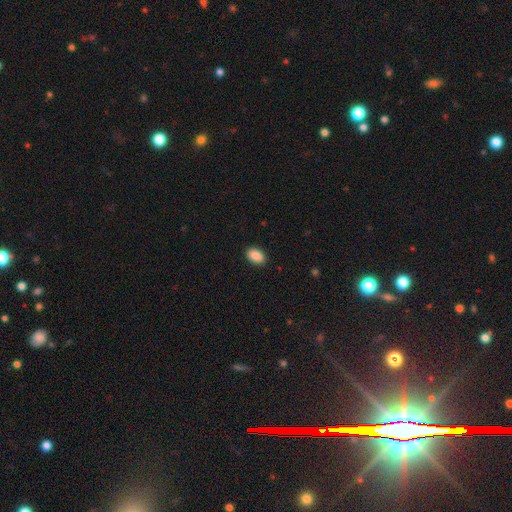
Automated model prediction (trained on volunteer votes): Smooth or featured: smooth — 90% (star or artifact — 7%)
How rounded: in between — 90% (round — 9%)
Merging: none — 90% (minor disturbance — 7%)